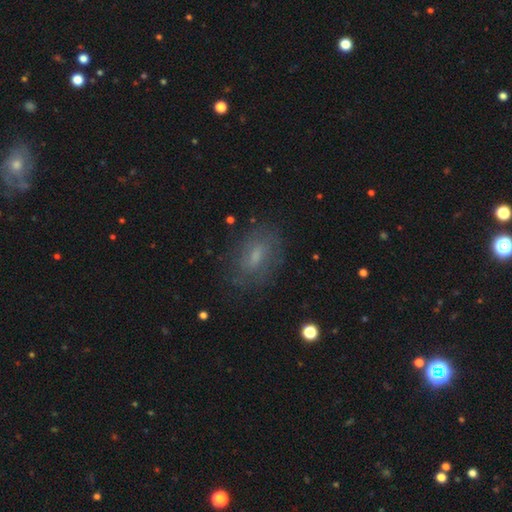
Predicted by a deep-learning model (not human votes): Smooth or featured: smooth — 48% (featured or disk — 39%)
Merging: none — 75% (minor disturbance — 16%)